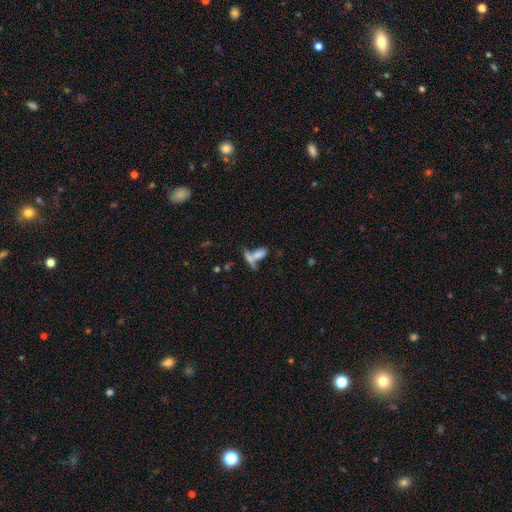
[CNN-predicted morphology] type=smooth (65%); roundness=in between (58%); merging=merger (56%).